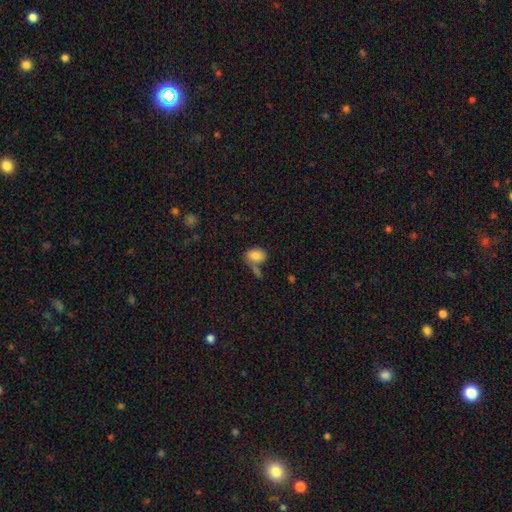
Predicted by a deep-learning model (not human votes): smooth 83%, star or artifact 8%, featured or disk 8%. Down the decision tree: how rounded — in between (81%); merging — none (50%).